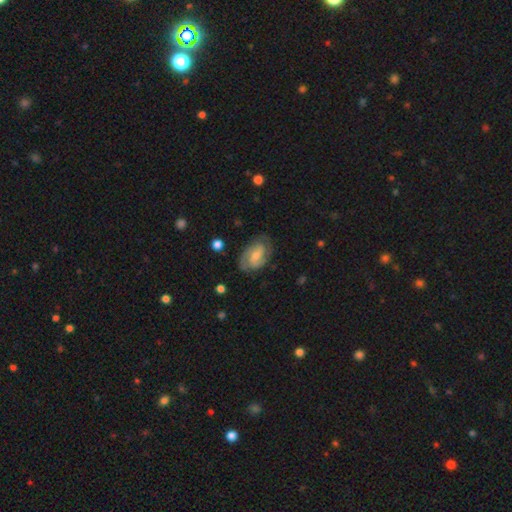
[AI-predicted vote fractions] featured or disk 71%, smooth 22%, star or artifact 7%. Down the decision tree: edge-on disk — no (96%); bar — weak (45%); spiral arms — yes (91%); spiral arm count — 2 (71%); spiral winding — tight (44%); bulge size — small (49%); merging — none (75%).